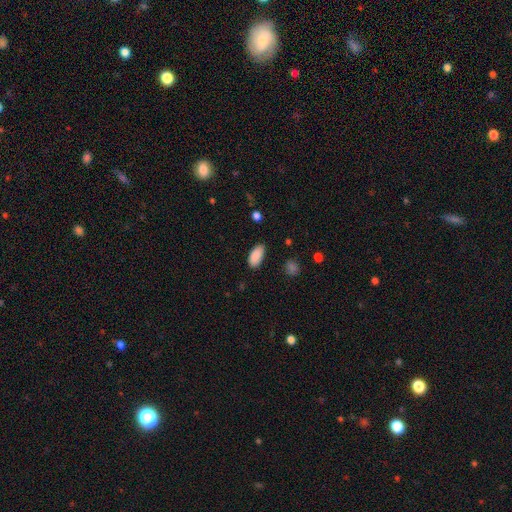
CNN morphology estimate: Smooth or featured? smooth (89%)
How rounded? in between (92%)
Merging? none (82%)